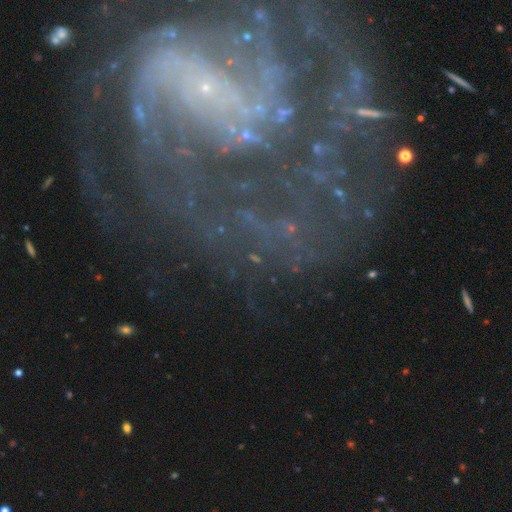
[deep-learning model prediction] Morphology: type=featured or disk (77%); edge-on=no (96%); bar=no (51%); spiral arms=yes (91%); winding=tight (56%); arm count=can't tell (26%); bulge=small (73%); merging=none (63%).